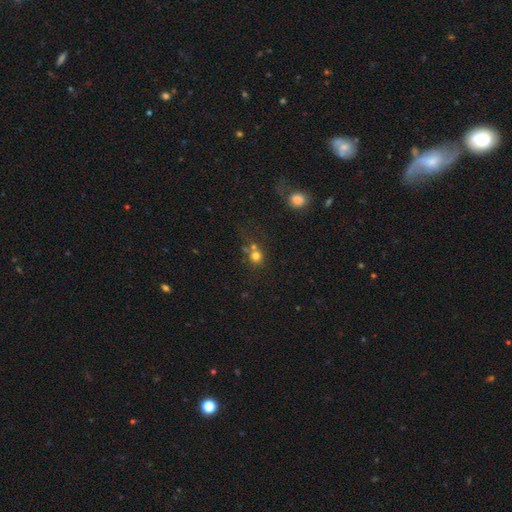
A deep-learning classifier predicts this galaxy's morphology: type=smooth (72%); roundness=round (85%); merging=none (52%).